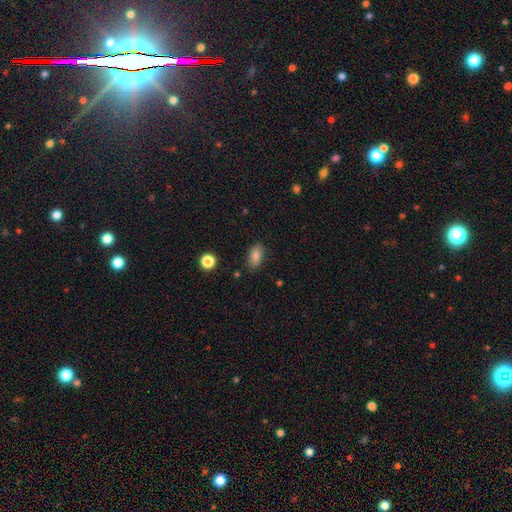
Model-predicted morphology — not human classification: Smooth or featured? Predicted: smooth (p=0.84). How rounded? Predicted: in between (p=0.89). Merging? Predicted: none (p=0.84).